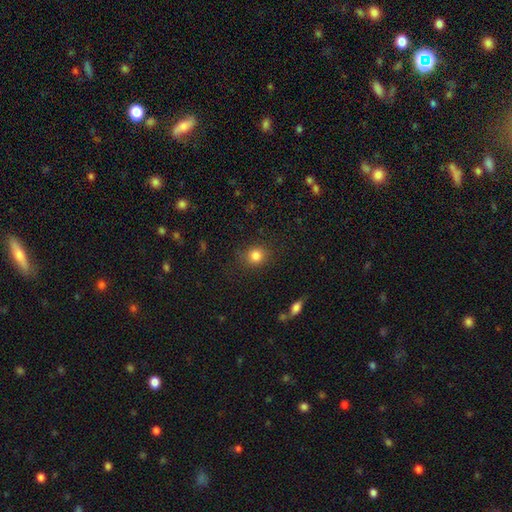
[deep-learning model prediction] Smooth or featured? Predicted: smooth (p=0.83). How rounded? Predicted: round (p=0.82). Merging? Predicted: none (p=0.85).